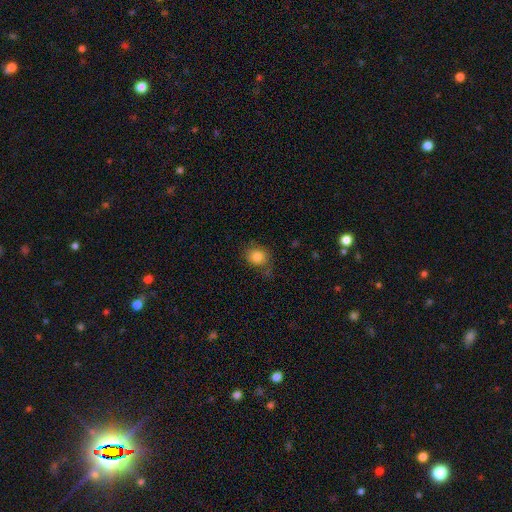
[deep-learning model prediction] This is clearly a smooth galaxy (82%). How rounded: likely round (71%). Merging: likely none (70%).